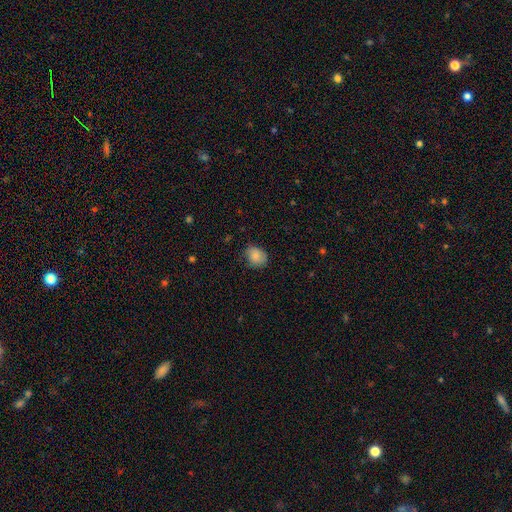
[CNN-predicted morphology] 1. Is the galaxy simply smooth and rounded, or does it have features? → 85% smooth, 8% star or artifact, 7% featured or disk.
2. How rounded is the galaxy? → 52% in between, 47% round, 1% cigar-shaped.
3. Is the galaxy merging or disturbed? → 70% none, 24% minor disturbance, 5% major disturbance, 1% merger.